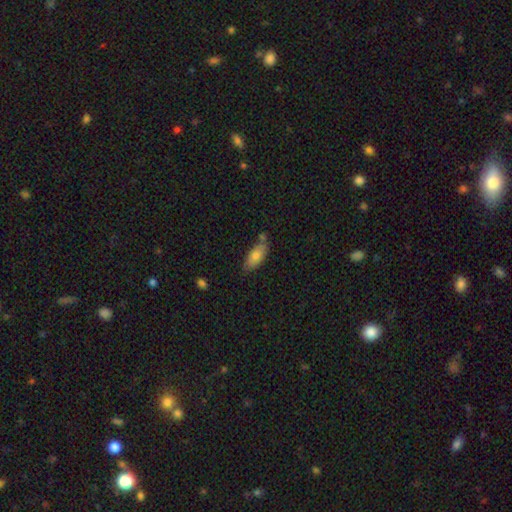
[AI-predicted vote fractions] smooth 79%, featured or disk 15%, star or artifact 7%. Down the decision tree: how rounded — in between (84%); merging — none (61%).